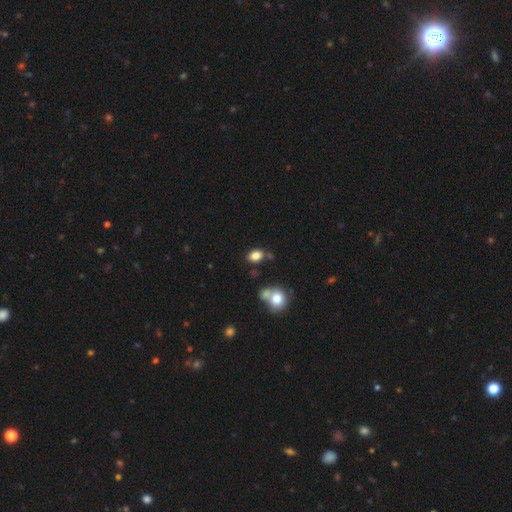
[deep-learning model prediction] Smooth or featured: smooth — 84% (star or artifact — 10%)
How rounded: in between — 74% (round — 24%)
Merging: none — 71% (minor disturbance — 14%)